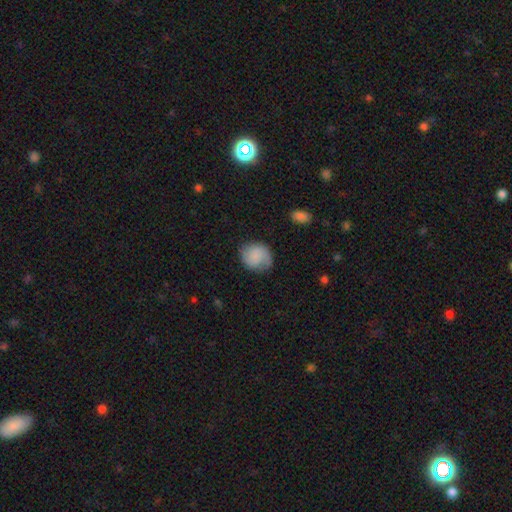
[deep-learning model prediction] The model was most divided on "how rounded": round: 72%, in between: 27%, cigar-shaped: 1%. More confident: merging — none (72%); smooth or featured — smooth (70%).